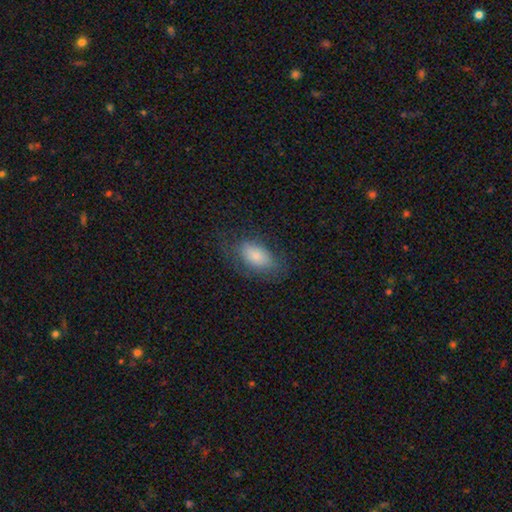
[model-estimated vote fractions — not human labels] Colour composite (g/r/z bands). It shows a smooth galaxy with no disk features (74%) that is in between round and cigar-shaped (92%). Merging: none (65%).